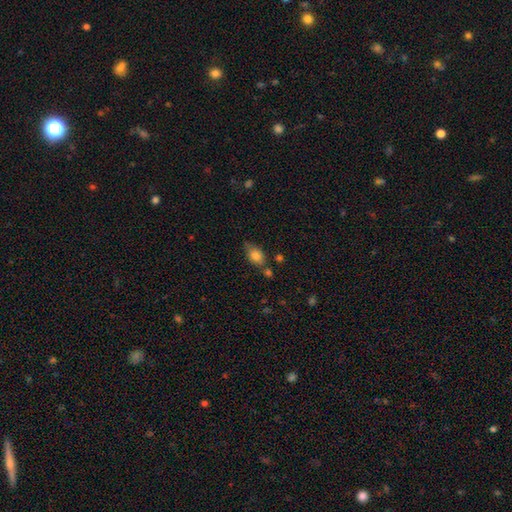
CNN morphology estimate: Smooth or featured? Predicted: smooth (p=0.78). How rounded? Predicted: in between (p=0.77). Merging? Predicted: none (p=0.56).